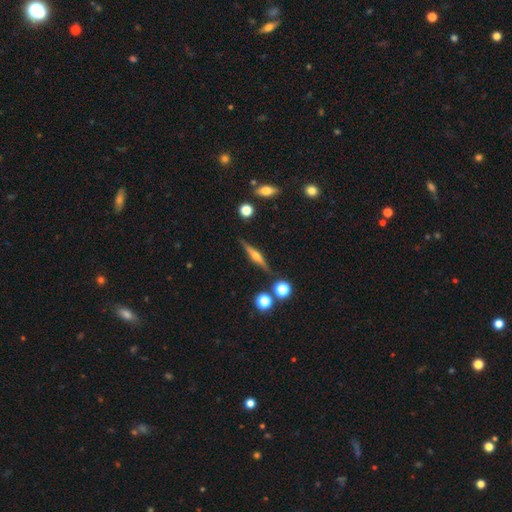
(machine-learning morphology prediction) A featured or disk galaxy (71%) viewed edge-on (97%) with a rounded central bulge (87%). Merging: none (86%).